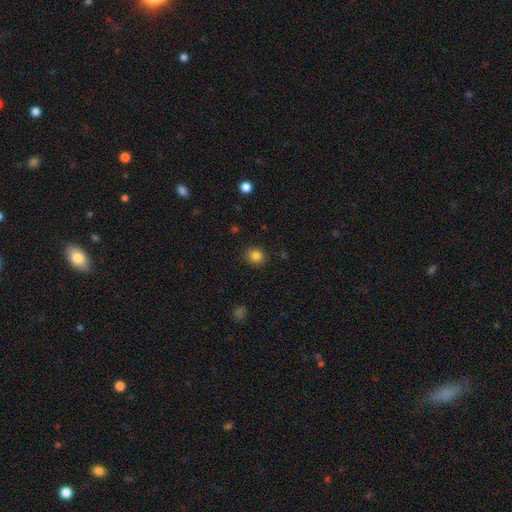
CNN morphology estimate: Smooth or featured?
  - smooth: 84% *
  - star or artifact: 12%
  - featured or disk: 4%
How rounded?
  - round: 86% *
  - in between: 13%
  - cigar-shaped: 1%
Merging?
  - none: 89% *
  - minor disturbance: 8%
  - major disturbance: 2%
  - merger: 1%